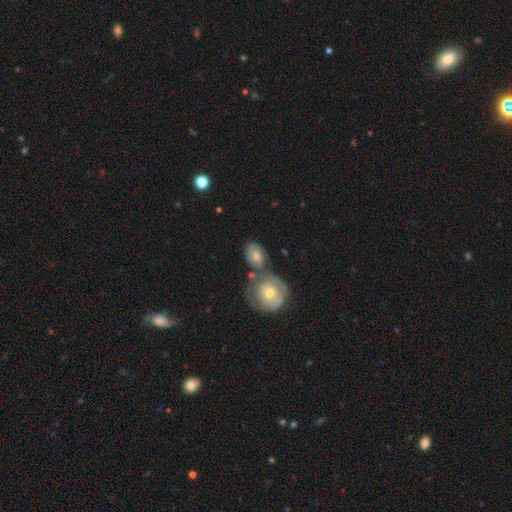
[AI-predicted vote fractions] Smooth or featured: smooth — 54% (featured or disk — 39%)
How rounded: in between — 60% (round — 39%)
Merging: none — 38% (merger — 37%)